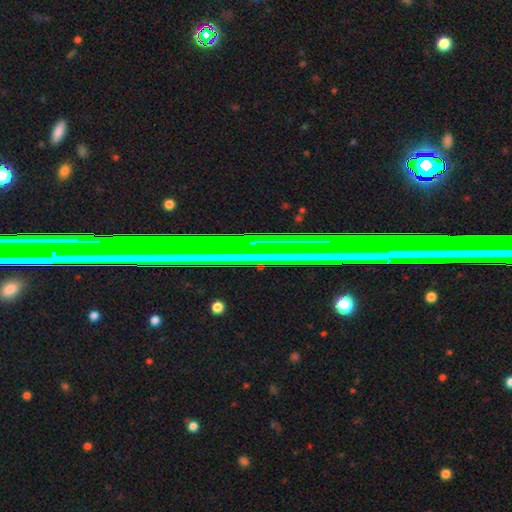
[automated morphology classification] Smooth or featured: star or artifact — 70% (featured or disk — 19%)